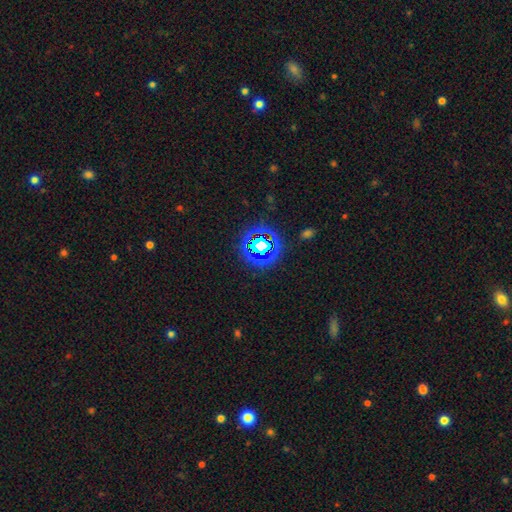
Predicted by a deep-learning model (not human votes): The model was most divided on "smooth or featured": star or artifact: 67%, smooth: 25%, featured or disk: 9%.